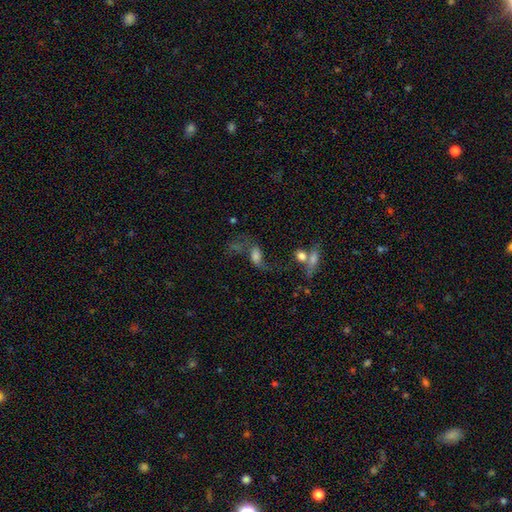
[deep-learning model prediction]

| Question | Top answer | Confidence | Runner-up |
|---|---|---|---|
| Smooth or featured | featured or disk | 48% | smooth (35%) |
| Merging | none | 35% | major disturbance (29%) |